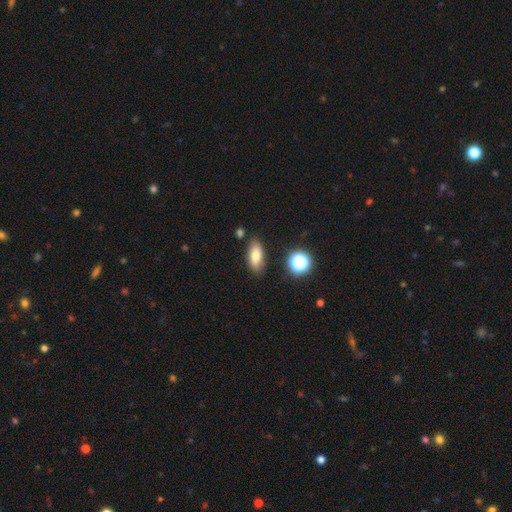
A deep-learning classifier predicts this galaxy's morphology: Overall: smooth (77%). How rounded: in between (80%). Merging: none (81%).